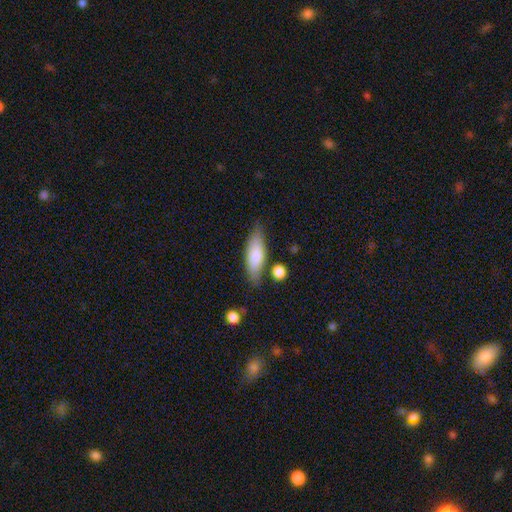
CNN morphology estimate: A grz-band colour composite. It shows a smooth galaxy with no disk features (79%) that is in between round and cigar-shaped (54%). Merging: none (76%).